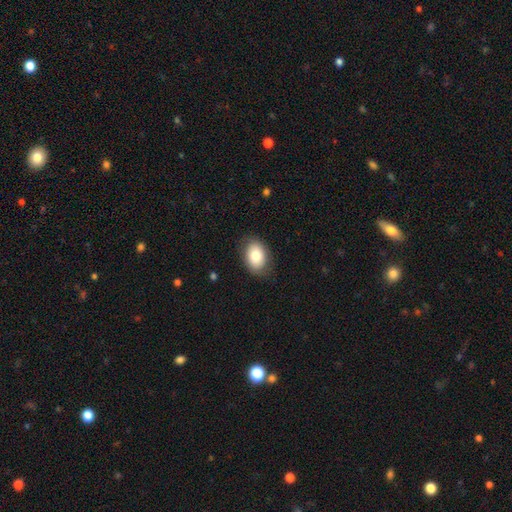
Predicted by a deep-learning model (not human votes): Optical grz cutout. It shows a smooth galaxy with no disk features (82%) that is in between round and cigar-shaped (81%). Merging: none (82%).